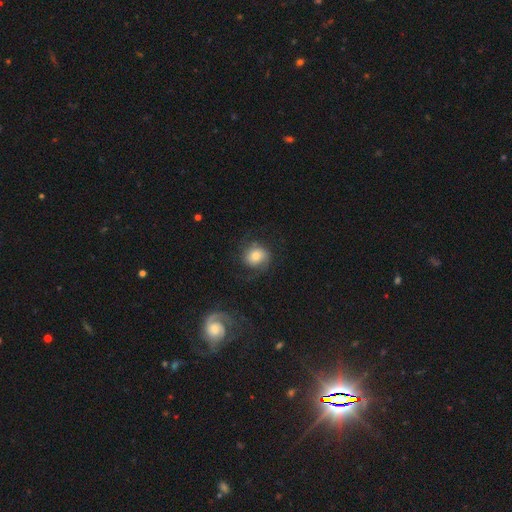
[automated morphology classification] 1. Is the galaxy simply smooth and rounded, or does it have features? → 54% smooth, 38% featured or disk, 9% star or artifact.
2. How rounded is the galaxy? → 70% round, 29% in between, 1% cigar-shaped.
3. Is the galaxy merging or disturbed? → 62% none, 19% minor disturbance, 17% major disturbance, 2% merger.